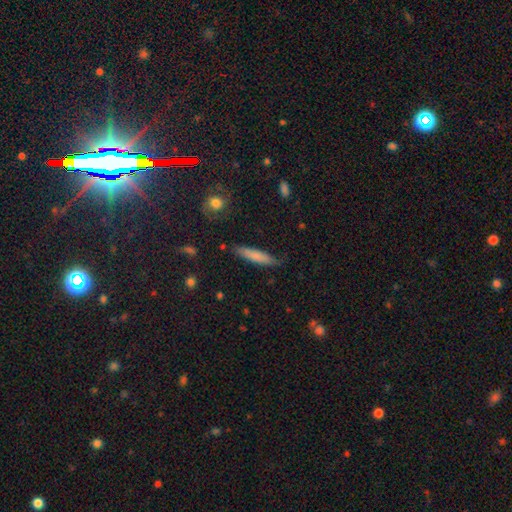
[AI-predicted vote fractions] Smooth or featured: smooth — 76% (featured or disk — 18%)
How rounded: cigar-shaped — 87% (in between — 11%)
Merging: none — 81% (minor disturbance — 15%)